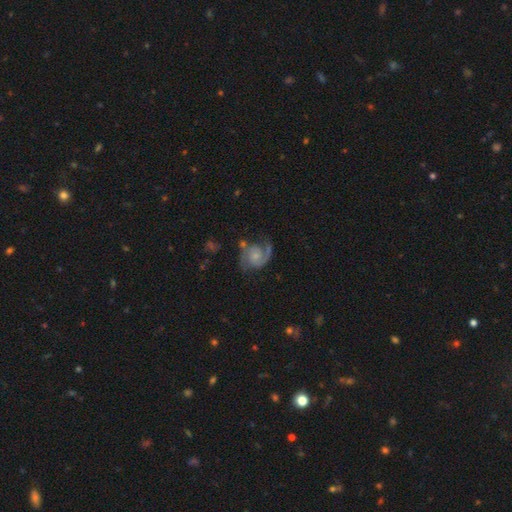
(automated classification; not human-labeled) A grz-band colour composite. It shows a featured or disk galaxy (80%) with no bar (72%), 2 (74%) medium (48%) spiral arms (96%) and a small central bulge (52%). Merging: none (57%).